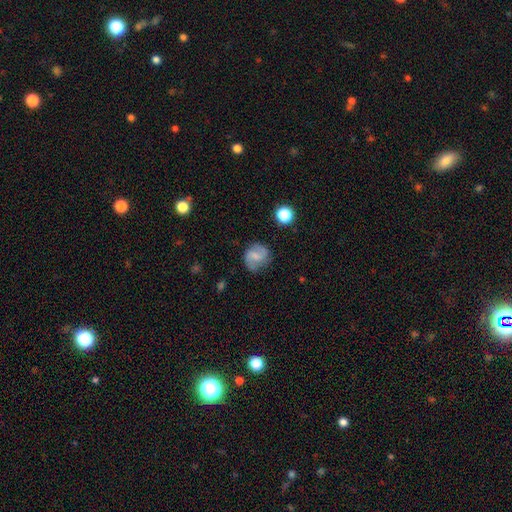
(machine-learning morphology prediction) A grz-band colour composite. It shows a featured or disk galaxy (59%) with a weak bar (50%), 2 (87%) loose (45%) spiral arms (90%) and a small central bulge (44%). Merging: none (74%).